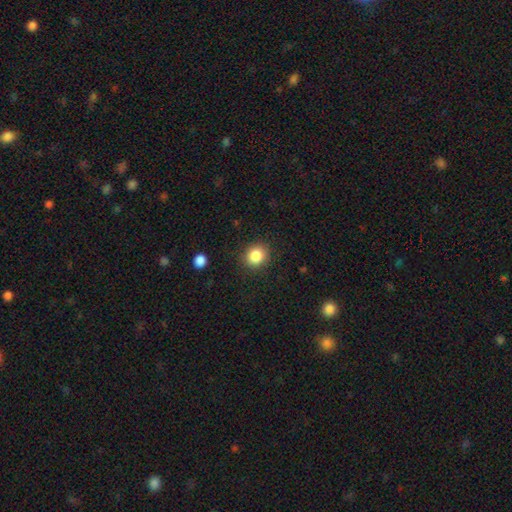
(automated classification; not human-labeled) smooth_or_featured: smooth (p=0.85) [alt: star or artifact p=0.10]
how_rounded: round (p=0.81) [alt: in between p=0.18]
merging: none (p=0.88) [alt: minor disturbance p=0.08]